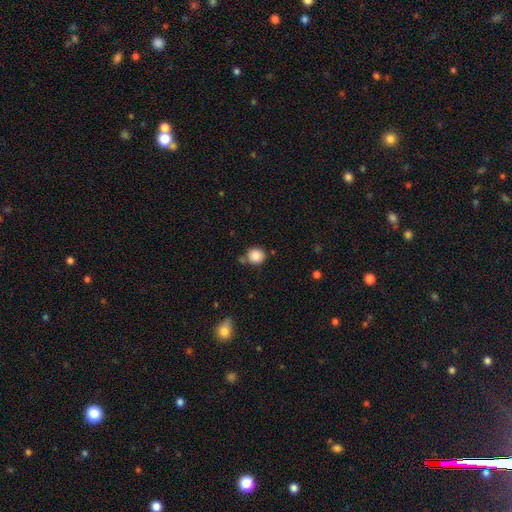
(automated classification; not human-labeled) This appears to be a smooth galaxy with no disk features (85%) that is round (87%). Merging: none (73%).